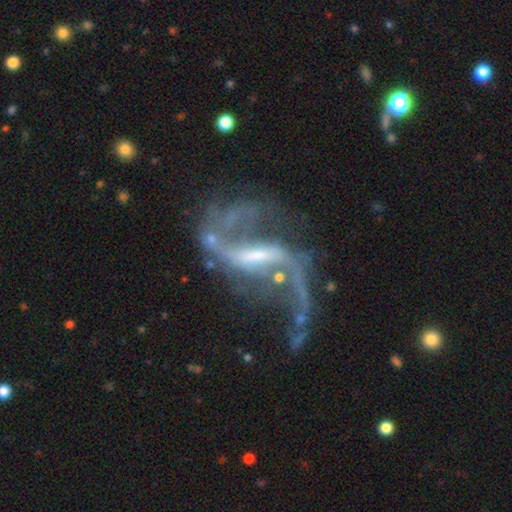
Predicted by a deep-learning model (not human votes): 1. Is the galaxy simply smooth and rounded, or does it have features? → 88% featured or disk, 7% star or artifact, 5% smooth.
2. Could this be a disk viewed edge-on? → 95% no, 5% yes.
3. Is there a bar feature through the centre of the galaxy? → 51% strong, 36% weak, 13% no.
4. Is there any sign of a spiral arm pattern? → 92% yes, 8% no.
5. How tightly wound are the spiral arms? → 85% loose, 12% medium, 3% tight.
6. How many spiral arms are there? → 89% 2, 4% 1, 3% can't tell, 1% 3, 1% 4, 1% more than 4.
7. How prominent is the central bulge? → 46% small, 26% moderate, 22% none, 4% large, 2% dominant.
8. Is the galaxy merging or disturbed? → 41% none, 30% major disturbance, 15% minor disturbance, 14% merger.